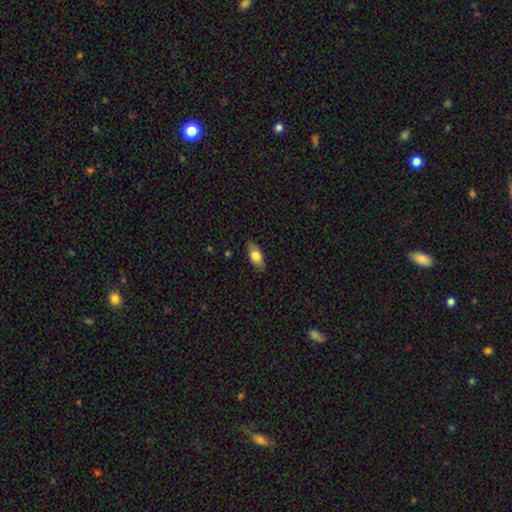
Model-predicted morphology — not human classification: smooth 74%, featured or disk 19%, star or artifact 7%. Down the decision tree: how rounded — in between (84%); merging — none (82%).